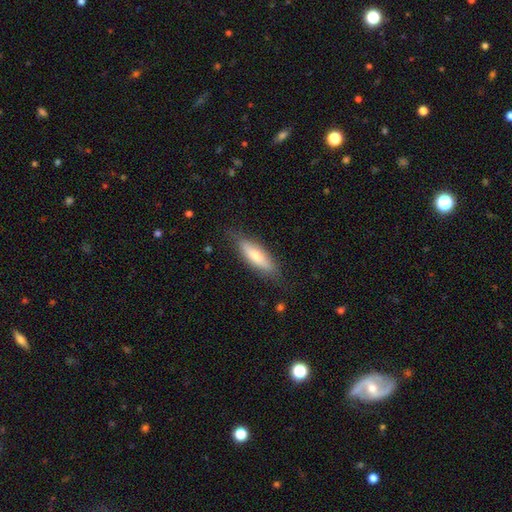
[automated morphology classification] This appears to be a smooth galaxy with no disk features (63%) that is cigar-shaped (58%). Merging: none (79%).